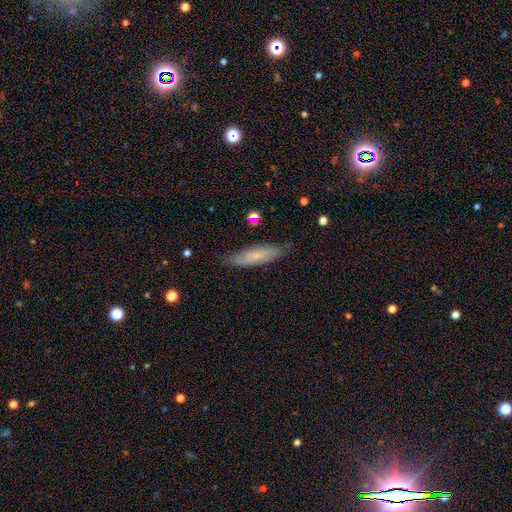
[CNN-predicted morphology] A smooth galaxy with no disk features (65%) that is cigar-shaped (68%). Merging: none (80%).